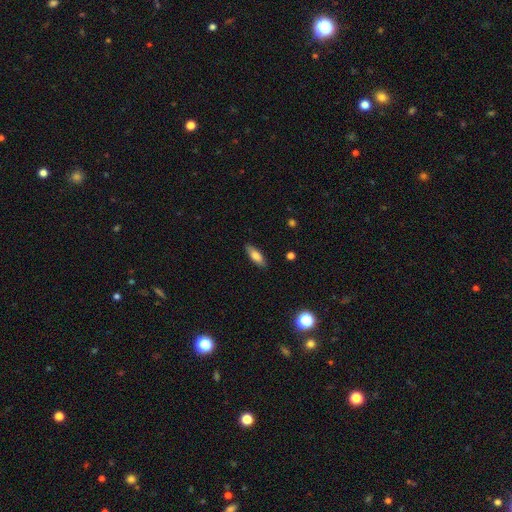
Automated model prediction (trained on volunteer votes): Overall: smooth (75%). How rounded: in between (63%; cigar-shaped 35%). Merging: none (87%).